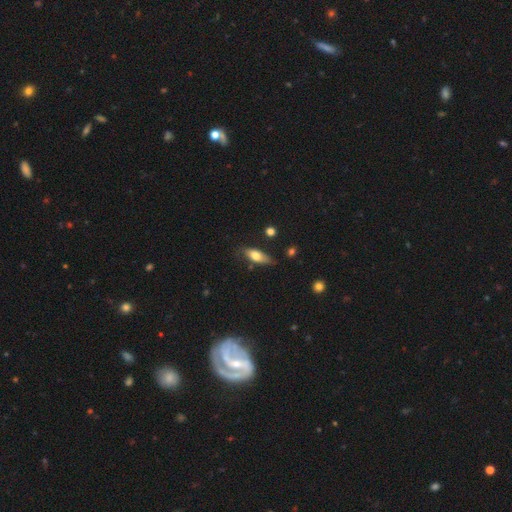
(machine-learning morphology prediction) Smooth or featured? Predicted: smooth (p=0.68). How rounded? Predicted: in between (p=0.68). Merging? Predicted: none (p=0.71).